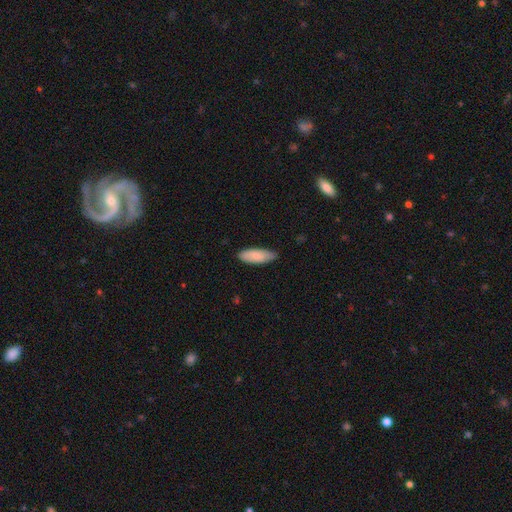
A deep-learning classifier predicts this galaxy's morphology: smooth-or-featured: smooth: 83% | featured or disk: 12% | star or artifact: 6%
  how-rounded: in between: 72% | cigar-shaped: 26% | round: 2%
  merging: none: 77% | minor disturbance: 19% | major disturbance: 2% | merger: 1%